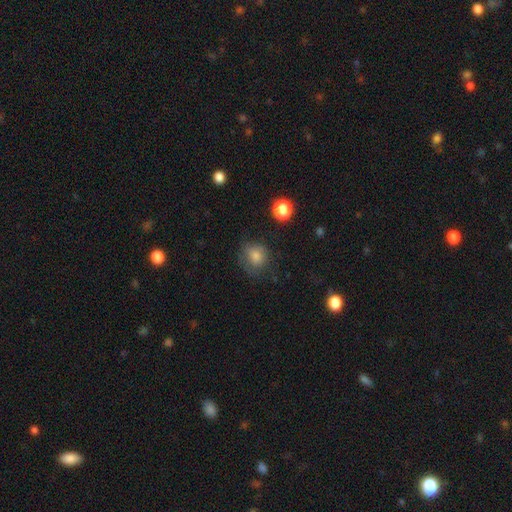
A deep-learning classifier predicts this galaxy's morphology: smooth_or_featured: smooth (p=0.77) [alt: star or artifact p=0.13]
how_rounded: round (p=0.73) [alt: in between p=0.26]
merging: none (p=0.67) [alt: minor disturbance p=0.22]